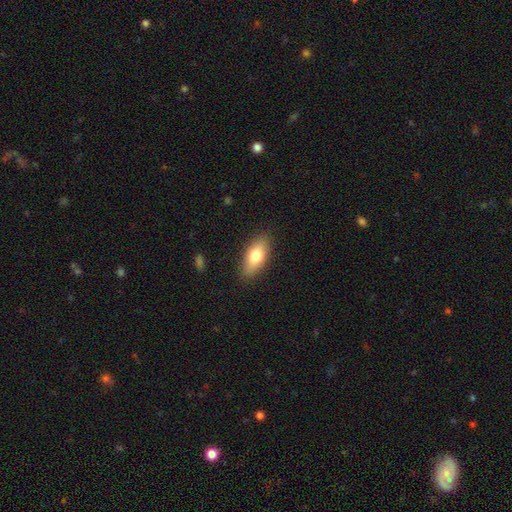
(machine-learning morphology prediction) This is likely a smooth galaxy (75%). How rounded: clearly in between (82%). Merging: clearly none (87%).